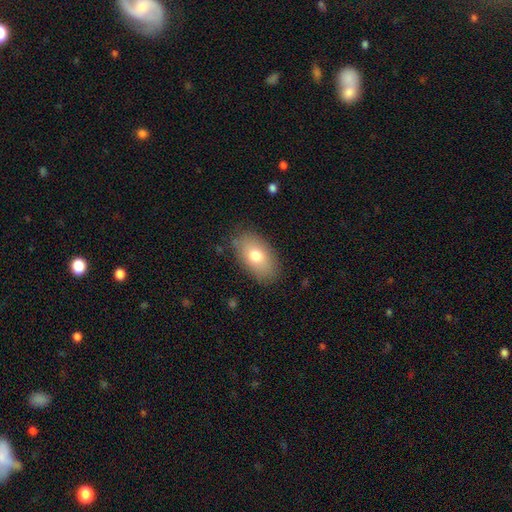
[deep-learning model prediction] A smooth galaxy with no disk features (75%) that is in between round and cigar-shaped (92%).

Vote fractions:
- Smooth or featured? smooth: 75% / featured or disk: 18% / star or artifact: 8%
- How rounded? in between: 92% / round: 7% / cigar-shaped: 2%
- Merging? none: 82% / minor disturbance: 13% / major disturbance: 4% / merger: 1%